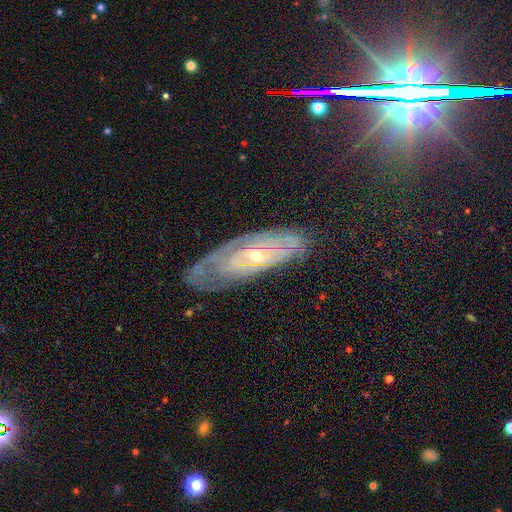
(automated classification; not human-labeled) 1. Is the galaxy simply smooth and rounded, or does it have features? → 80% featured or disk, 10% smooth, 10% star or artifact.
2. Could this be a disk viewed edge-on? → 84% no, 16% yes.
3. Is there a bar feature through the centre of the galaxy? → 64% no, 26% weak, 10% strong.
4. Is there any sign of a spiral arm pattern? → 88% yes, 12% no.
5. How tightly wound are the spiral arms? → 75% tight, 20% medium, 5% loose.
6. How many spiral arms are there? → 55% can't tell, 20% 2, 9% 3, 6% 1, 5% 4, 4% more than 4.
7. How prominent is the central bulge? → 60% small, 37% moderate, 1% large, 1% none, 1% dominant.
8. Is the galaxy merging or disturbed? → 69% none, 21% minor disturbance, 8% major disturbance, 2% merger.